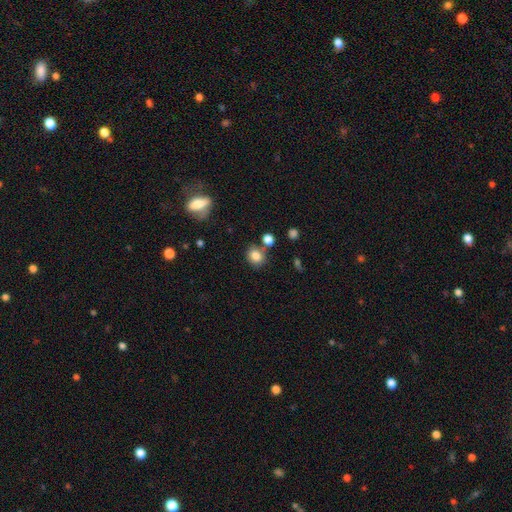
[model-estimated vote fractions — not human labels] Q: Smooth or featured?
A: smooth (81%); runner-up: star or artifact (11%)
Q: How rounded?
A: round (67%); runner-up: in between (32%)
Q: Merging?
A: none (68%); runner-up: minor disturbance (14%)